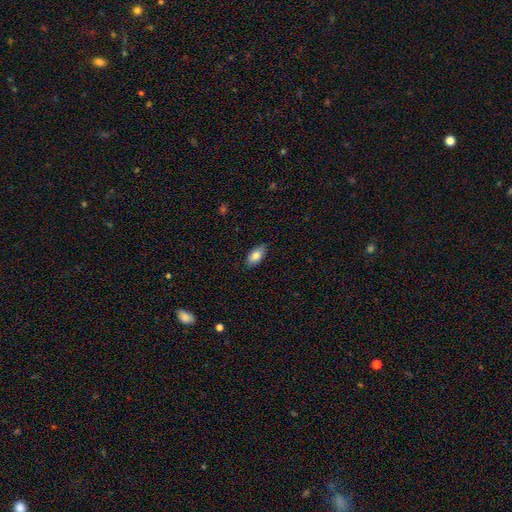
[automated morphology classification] Smooth or featured? smooth (81%)
How rounded? in between (90%)
Merging? none (84%)